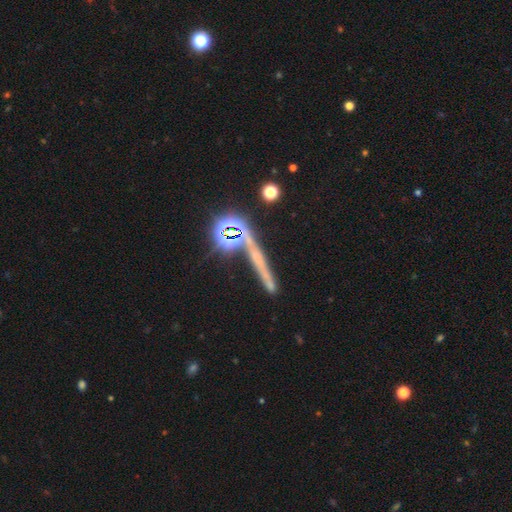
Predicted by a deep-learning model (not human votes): smooth_or_featured: featured or disk (p=0.40) [alt: star or artifact p=0.34]
merging: merger (p=0.38) [alt: none p=0.35]